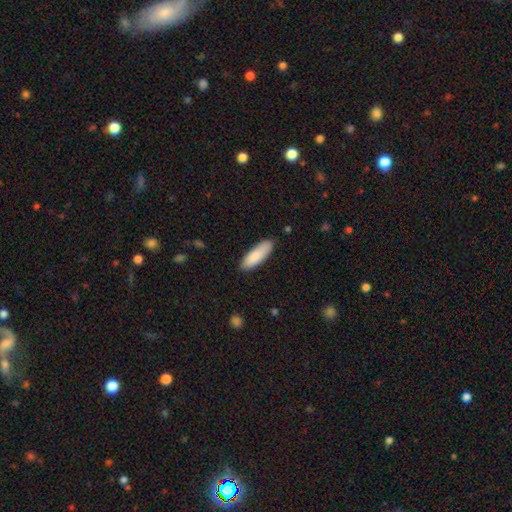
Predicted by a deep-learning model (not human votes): Q: Smooth or featured?
A: smooth (87%); runner-up: featured or disk (7%)
Q: How rounded?
A: in between (55%); runner-up: cigar-shaped (43%)
Q: Merging?
A: none (84%); runner-up: minor disturbance (12%)